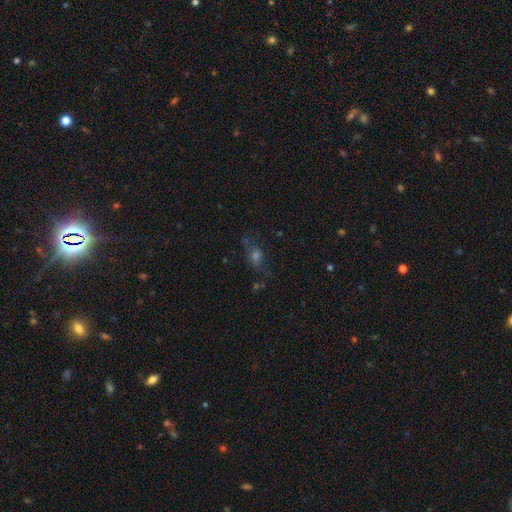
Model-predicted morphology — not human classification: Overall: smooth (38%; star or artifact 32%). Merging: none (59%; minor disturbance 20%).